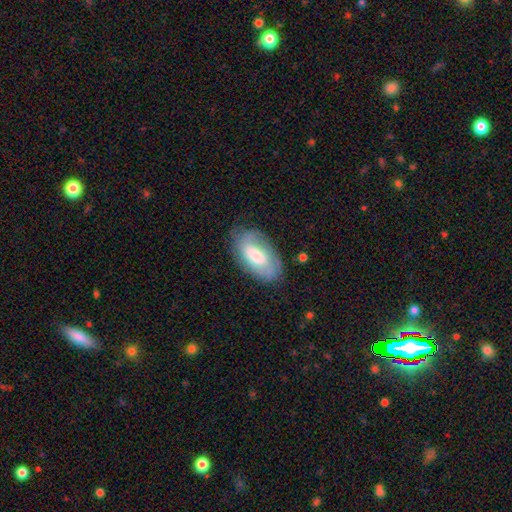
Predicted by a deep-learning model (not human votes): Smooth or featured? smooth (56%)
How rounded? in between (93%)
Merging? none (72%)